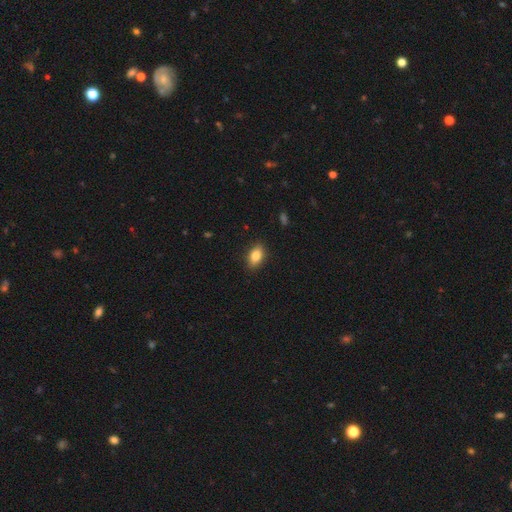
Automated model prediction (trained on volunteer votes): A smooth galaxy with no disk features (85%) that is in between round and cigar-shaped (88%).

Vote fractions:
- Smooth or featured? smooth: 85% / star or artifact: 8% / featured or disk: 7%
- How rounded? in between: 88% / round: 9% / cigar-shaped: 3%
- Merging? none: 87% / minor disturbance: 9% / major disturbance: 2% / merger: 1%